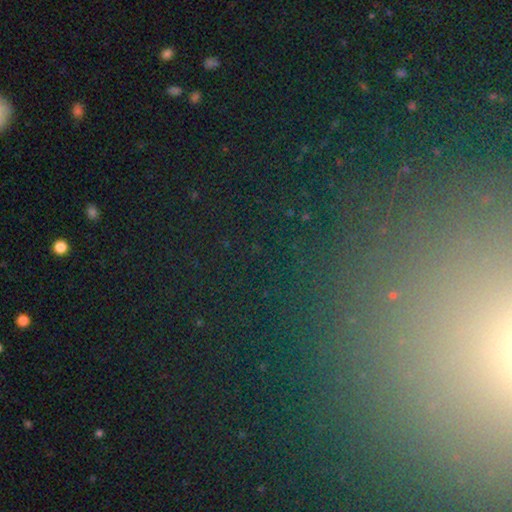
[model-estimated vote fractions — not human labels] The model was most divided on "smooth or featured": star or artifact: 71%, smooth: 17%, featured or disk: 12%.